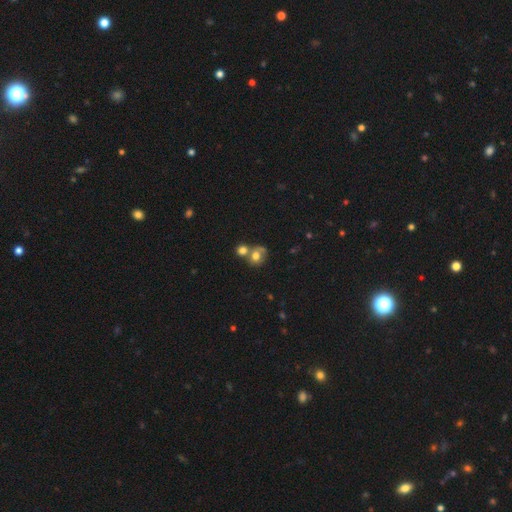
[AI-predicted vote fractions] This is likely a smooth galaxy (68%). How rounded: likely round (72%). Merging: possibly merger (49%).